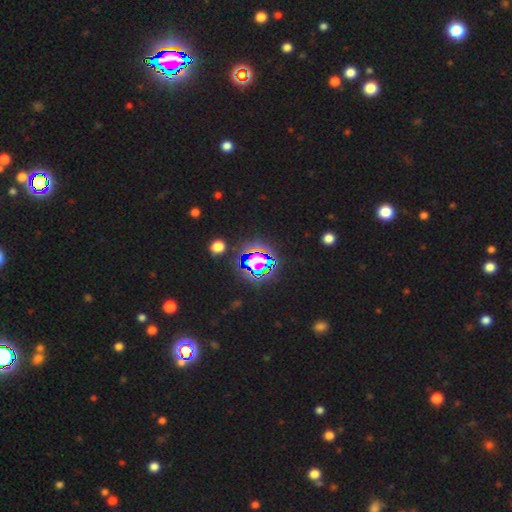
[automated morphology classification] smooth_or_featured: star or artifact (p=0.75) [alt: smooth p=0.14]